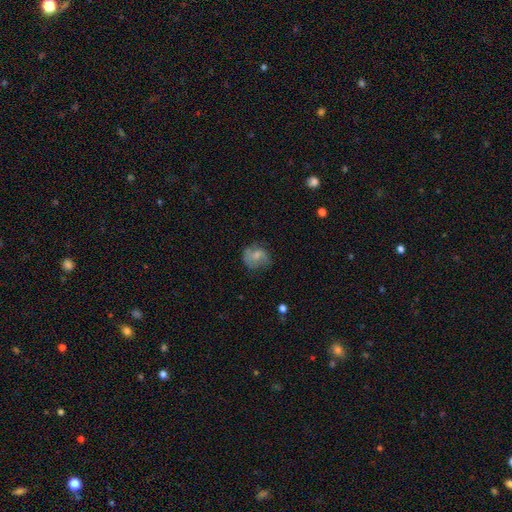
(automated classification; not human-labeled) Smooth or featured?
  - smooth: 55% *
  - featured or disk: 36%
  - star or artifact: 9%
How rounded?
  - round: 64% *
  - in between: 35%
  - cigar-shaped: 1%
Merging?
  - none: 57% *
  - minor disturbance: 27%
  - major disturbance: 15%
  - merger: 2%